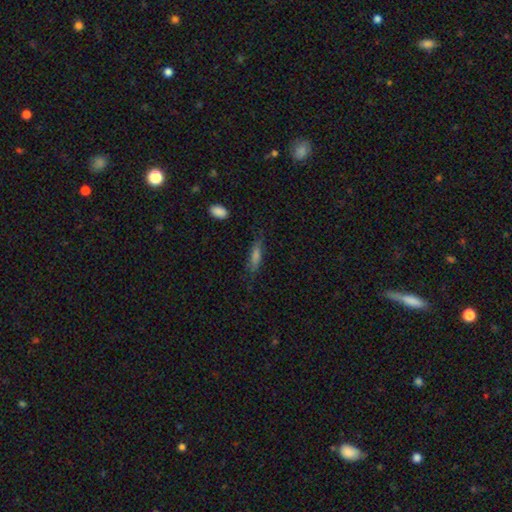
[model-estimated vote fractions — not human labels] smooth-or-featured: smooth: 65% | featured or disk: 24% | star or artifact: 11%
  how-rounded: cigar-shaped: 68% | in between: 29% | round: 3%
  merging: none: 77% | minor disturbance: 17% | major disturbance: 4% | merger: 2%